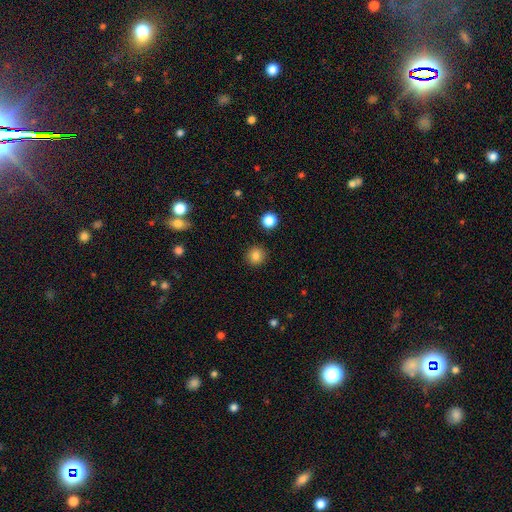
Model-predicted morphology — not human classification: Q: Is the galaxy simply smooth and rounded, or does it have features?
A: smooth — 84%.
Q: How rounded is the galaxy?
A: round — 93%.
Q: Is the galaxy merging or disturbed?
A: none — 92%.